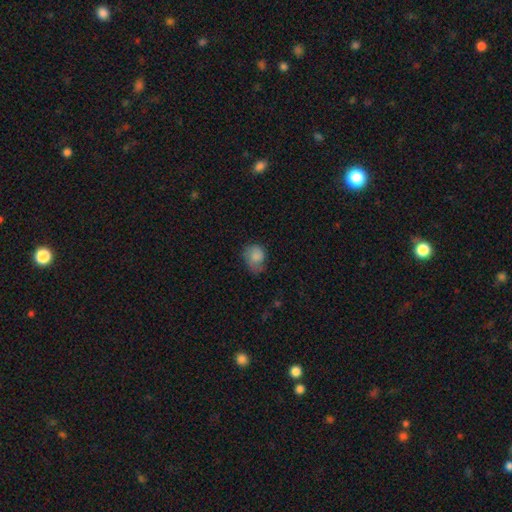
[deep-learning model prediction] Overall: smooth (81%). How rounded: in between (51%; round 48%). Merging: none (43%; minor disturbance 38%).